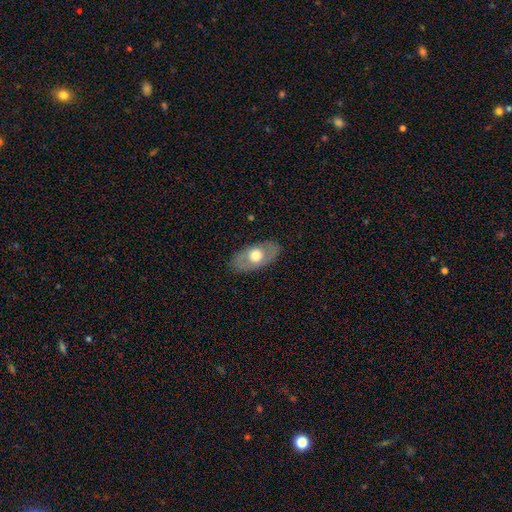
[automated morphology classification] Smooth or featured: smooth — 54% (featured or disk — 40%)
How rounded: in between — 89% (round — 8%)
Merging: none — 83% (minor disturbance — 12%)